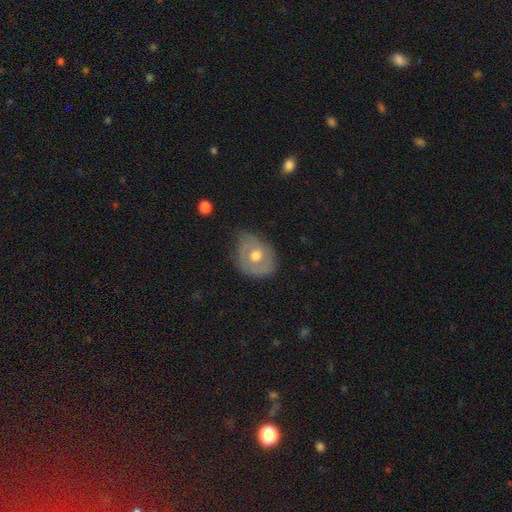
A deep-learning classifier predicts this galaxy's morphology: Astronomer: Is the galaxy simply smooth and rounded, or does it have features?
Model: featured or disk — 51% (runner-up: smooth, 42%).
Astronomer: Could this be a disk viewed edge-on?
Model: no — 94%.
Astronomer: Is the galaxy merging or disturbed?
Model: none — 55% (runner-up: minor disturbance, 33%).